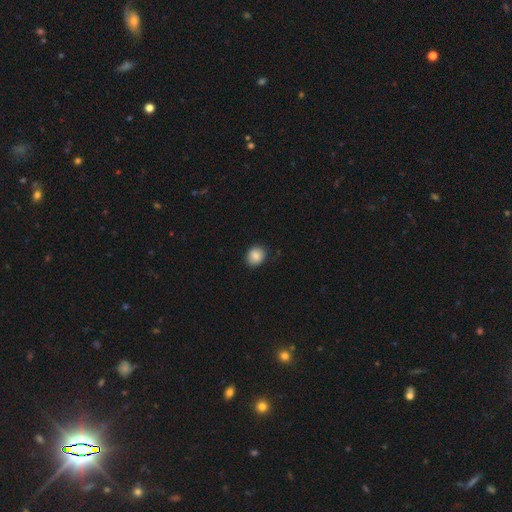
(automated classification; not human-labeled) Smooth or featured?
  - smooth: 85% *
  - star or artifact: 8%
  - featured or disk: 7%
How rounded?
  - round: 75% *
  - in between: 24%
  - cigar-shaped: 1%
Merging?
  - none: 86% *
  - minor disturbance: 10%
  - major disturbance: 2%
  - merger: 1%